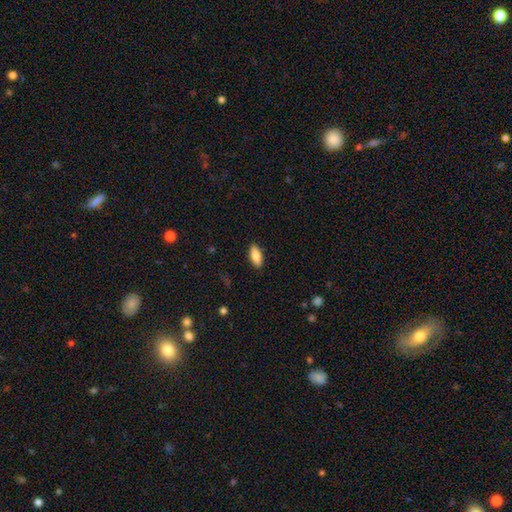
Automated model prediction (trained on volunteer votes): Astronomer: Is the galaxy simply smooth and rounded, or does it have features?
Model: smooth — 81%.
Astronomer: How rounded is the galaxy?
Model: in between — 81%.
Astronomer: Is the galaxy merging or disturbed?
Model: none — 89%.